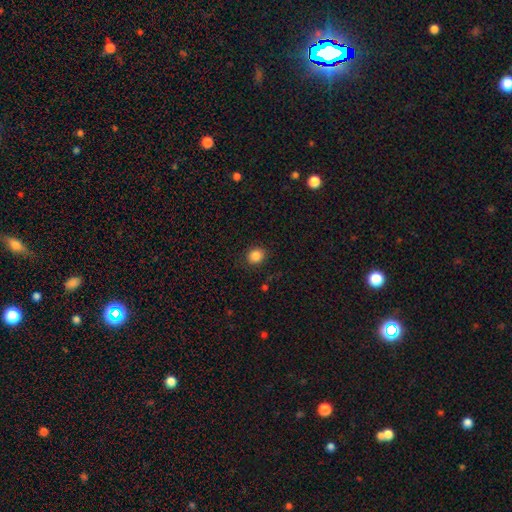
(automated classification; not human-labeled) smooth_or_featured: smooth (p=0.86) [alt: star or artifact p=0.10]
how_rounded: round (p=0.76) [alt: in between p=0.23]
merging: none (p=0.88) [alt: minor disturbance p=0.08]